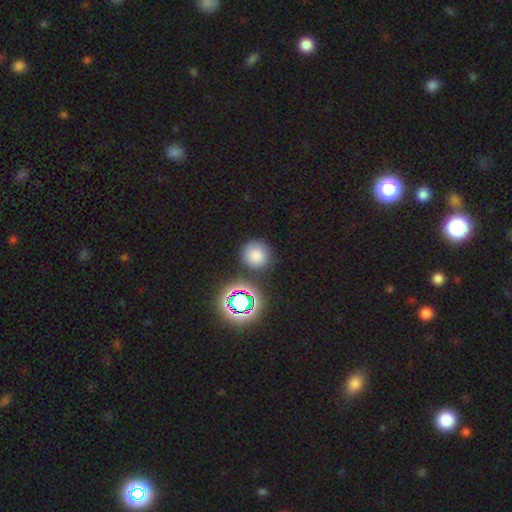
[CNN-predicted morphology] Smooth or featured?
  - smooth: 74% *
  - star or artifact: 19%
  - featured or disk: 7%
How rounded?
  - round: 93% *
  - in between: 6%
  - cigar-shaped: 1%
Merging?
  - none: 83% *
  - minor disturbance: 9%
  - merger: 5%
  - major disturbance: 3%